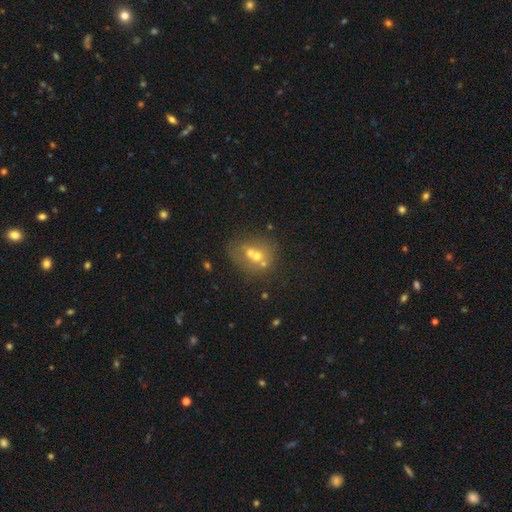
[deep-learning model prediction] Smooth or featured: smooth — 48% (featured or disk — 35%)
Merging: merger — 56% (none — 30%)